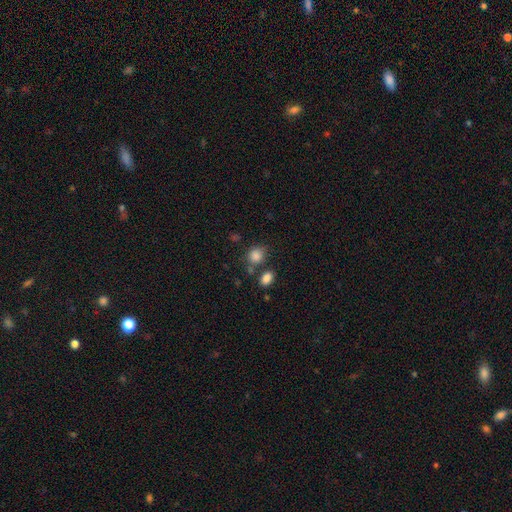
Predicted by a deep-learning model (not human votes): Smooth or featured? Predicted: smooth (p=0.84). How rounded? Predicted: round (p=0.64). Merging? Predicted: none (p=0.62).